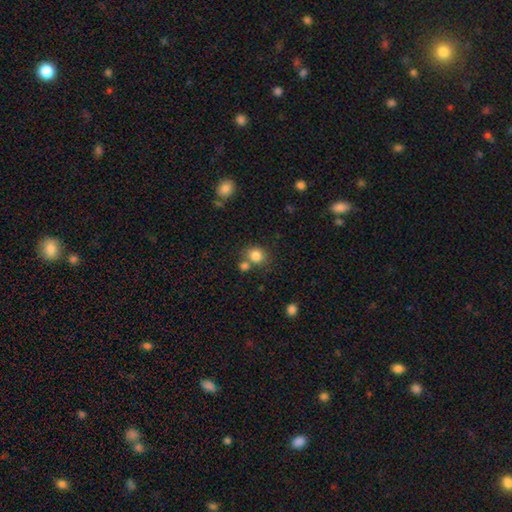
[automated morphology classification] Smooth or featured?
  - smooth: 83% *
  - star or artifact: 11%
  - featured or disk: 6%
How rounded?
  - round: 77% *
  - in between: 22%
  - cigar-shaped: 1%
Merging?
  - none: 59% *
  - merger: 26%
  - minor disturbance: 11%
  - major disturbance: 4%